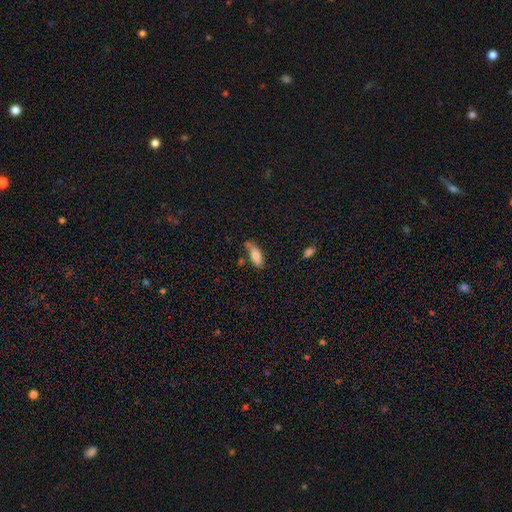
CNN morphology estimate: A smooth galaxy with no disk features (75%) that is in between round and cigar-shaped (67%). Merging: none (57%).